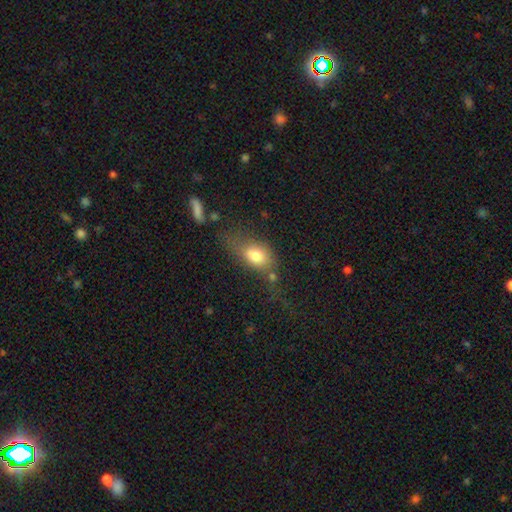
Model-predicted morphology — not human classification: Smooth or featured? smooth (74%)
How rounded? in between (77%)
Merging? none (40%)